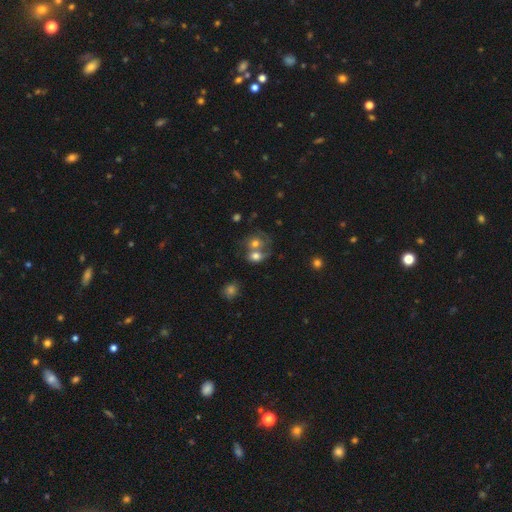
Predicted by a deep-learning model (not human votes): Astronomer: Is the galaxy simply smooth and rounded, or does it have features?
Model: smooth — 65%.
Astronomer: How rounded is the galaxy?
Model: round — 50% (runner-up: in between, 48%).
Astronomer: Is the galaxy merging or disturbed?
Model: merger — 62%.